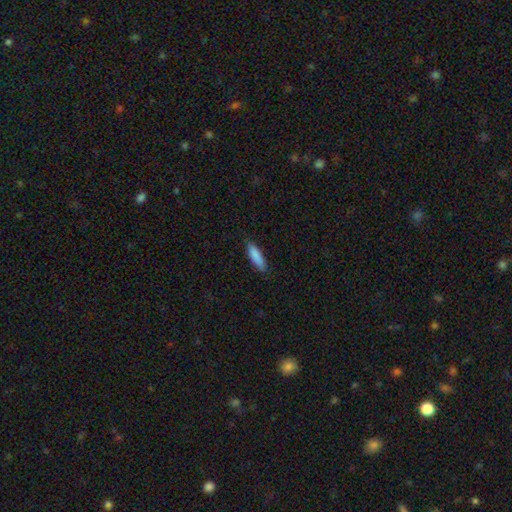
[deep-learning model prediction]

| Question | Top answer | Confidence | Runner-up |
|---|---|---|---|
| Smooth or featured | smooth | 87% | featured or disk (7%) |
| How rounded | cigar-shaped | 58% | in between (40%) |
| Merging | none | 83% | minor disturbance (14%) |